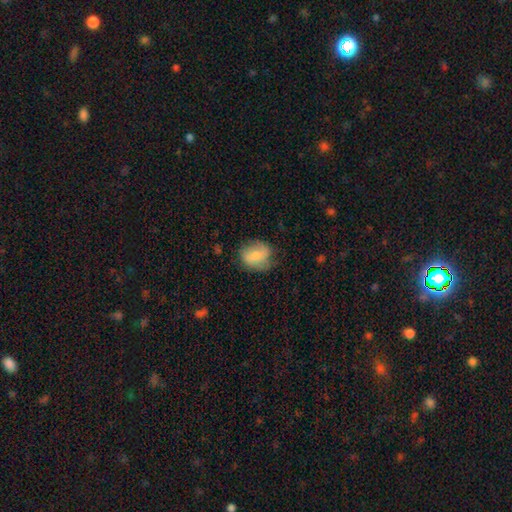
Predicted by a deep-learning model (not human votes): Smooth or featured: smooth — 71% (featured or disk — 21%)
How rounded: round — 52% (in between — 47%)
Merging: none — 60% (minor disturbance — 28%)